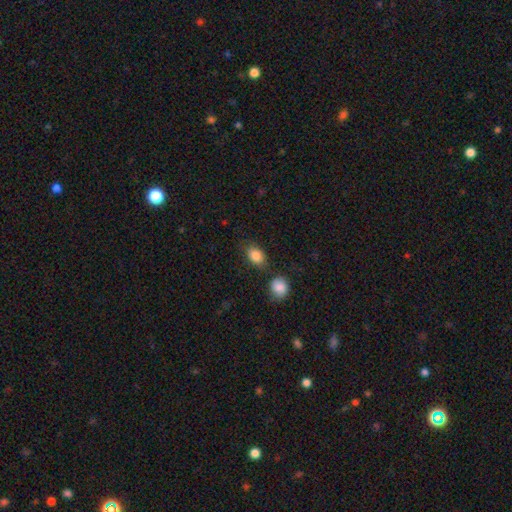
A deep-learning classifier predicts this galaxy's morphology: Q: Smooth or featured?
A: smooth (86%); runner-up: star or artifact (8%)
Q: How rounded?
A: in between (80%); runner-up: round (18%)
Q: Merging?
A: none (74%); runner-up: minor disturbance (15%)